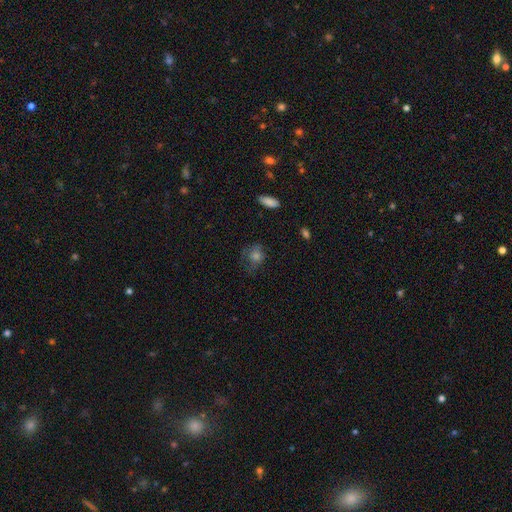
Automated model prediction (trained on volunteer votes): Q: Smooth or featured?
A: smooth (54%); runner-up: featured or disk (29%)
Q: How rounded?
A: round (65%); runner-up: in between (34%)
Q: Merging?
A: none (56%); runner-up: minor disturbance (24%)